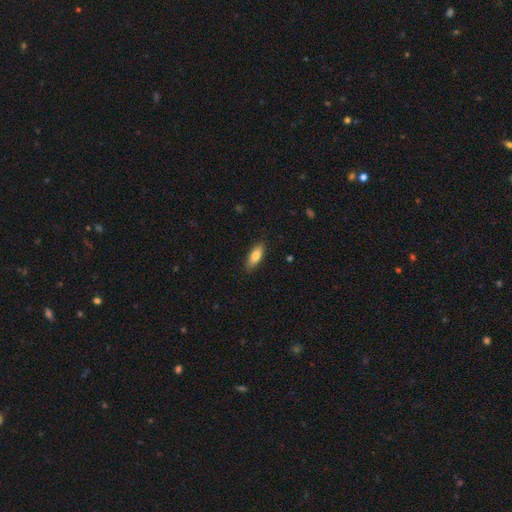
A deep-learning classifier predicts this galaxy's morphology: smooth-or-featured: smooth: 80% | featured or disk: 14% | star or artifact: 6%
  how-rounded: in between: 68% | cigar-shaped: 30% | round: 2%
  merging: none: 86% | minor disturbance: 10% | major disturbance: 2% | merger: 1%